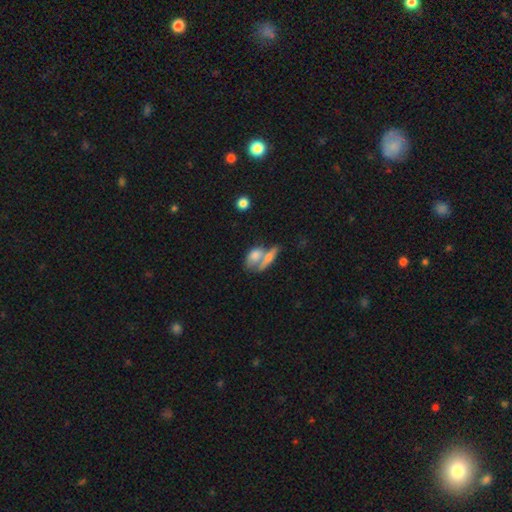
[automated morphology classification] Overall: smooth (69%). How rounded: in between (71%). Merging: merger (56%; none 29%).